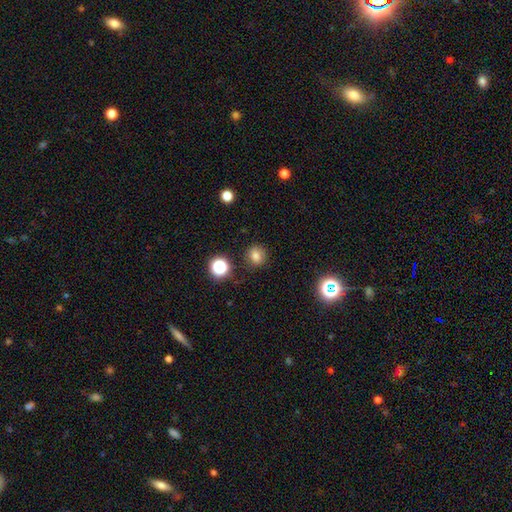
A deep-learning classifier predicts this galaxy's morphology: Overall: smooth (78%). How rounded: round (77%). Merging: none (84%).